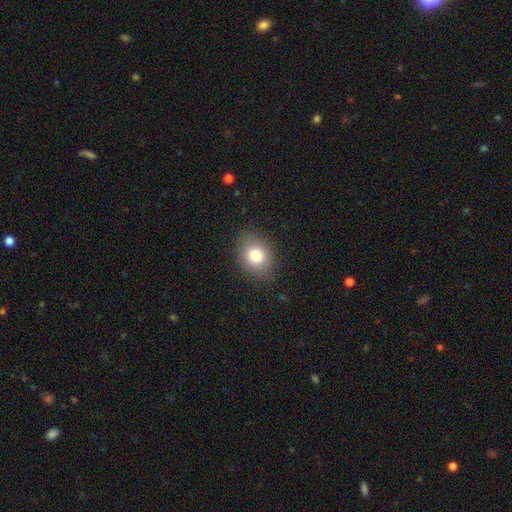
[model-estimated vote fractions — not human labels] A smooth galaxy with no disk features (80%) that is in between round and cigar-shaped (54%).

Vote fractions:
- Smooth or featured? smooth: 80% / star or artifact: 10% / featured or disk: 9%
- How rounded? in between: 54% / round: 45% / cigar-shaped: 1%
- Merging? none: 86% / minor disturbance: 10% / major disturbance: 3% / merger: 1%